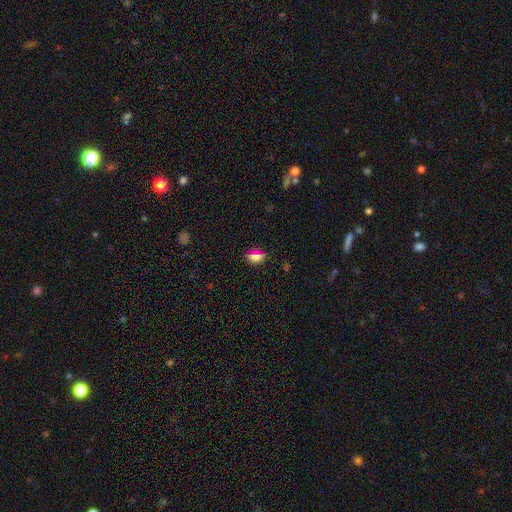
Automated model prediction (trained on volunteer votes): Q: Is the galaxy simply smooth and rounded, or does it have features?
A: smooth — 69%.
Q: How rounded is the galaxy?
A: in between — 64%.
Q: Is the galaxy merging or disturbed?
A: none — 86%.